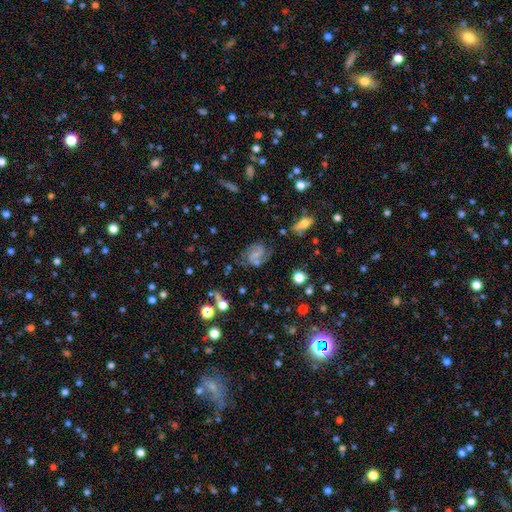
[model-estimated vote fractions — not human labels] Smooth or featured? Predicted: featured or disk (p=0.64). Edge-on disk? Predicted: no (p=0.96). Bar? Predicted: weak (p=0.45). Spiral arms? Predicted: yes (p=0.86). Spiral winding? Predicted: medium (p=0.48). Spiral arm count? Predicted: 2 (p=0.80). Bulge size? Predicted: small (p=0.46). Merging? Predicted: none (p=0.58).